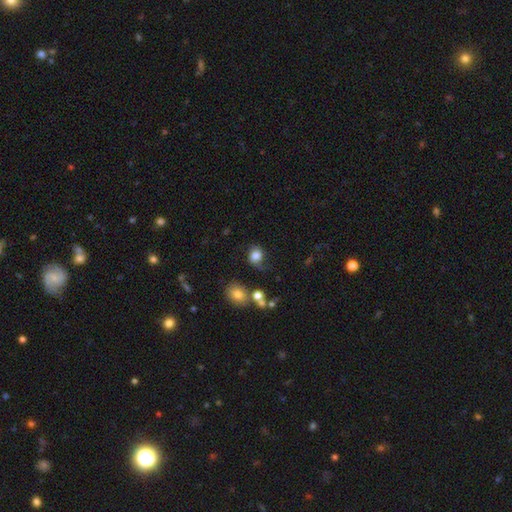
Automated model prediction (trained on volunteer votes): smooth_or_featured: smooth (p=0.78) [alt: featured or disk p=0.12]
how_rounded: round (p=0.58) [alt: in between p=0.41]
merging: none (p=0.52) [alt: minor disturbance p=0.27]